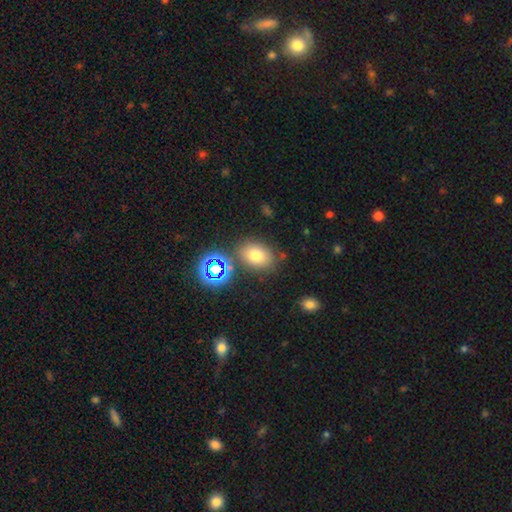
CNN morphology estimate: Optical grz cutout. It shows a smooth galaxy with no disk features (72%) that is in between round and cigar-shaped (71%). Merging: none (77%).